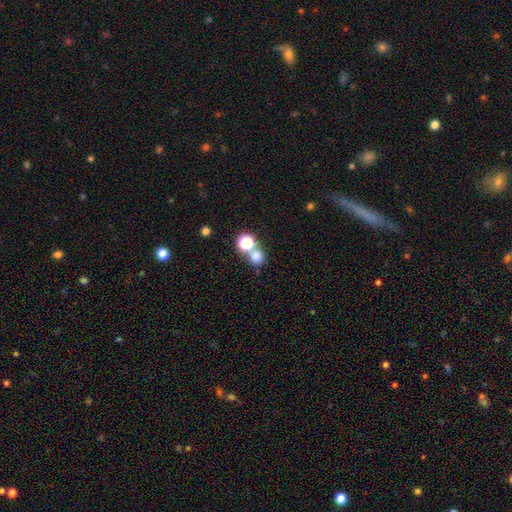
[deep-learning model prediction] smooth_or_featured: smooth (p=0.74) [alt: star or artifact p=0.18]
how_rounded: round (p=0.83) [alt: in between p=0.16]
merging: none (p=0.53) [alt: merger p=0.36]